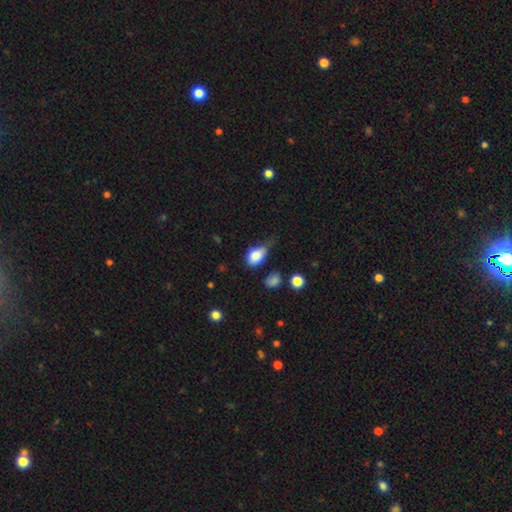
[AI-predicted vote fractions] Smooth or featured?
  - smooth: 83% *
  - featured or disk: 9%
  - star or artifact: 8%
How rounded?
  - in between: 82% *
  - round: 15%
  - cigar-shaped: 2%
Merging?
  - minor disturbance: 45% *
  - none: 30%
  - major disturbance: 21%
  - merger: 5%